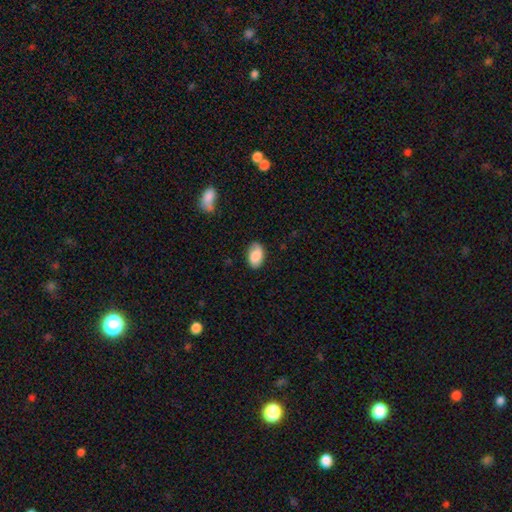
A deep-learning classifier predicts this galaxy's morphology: smooth-or-featured: smooth: 80% | featured or disk: 13% | star or artifact: 7%
  how-rounded: in between: 92% | round: 7% | cigar-shaped: 1%
  merging: none: 80% | minor disturbance: 15% | major disturbance: 3% | merger: 1%